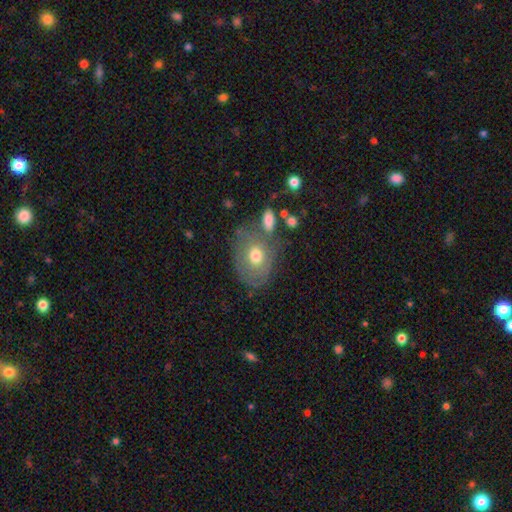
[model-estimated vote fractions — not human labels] Smooth or featured? smooth (57%)
How rounded? in between (59%)
Merging? none (57%)